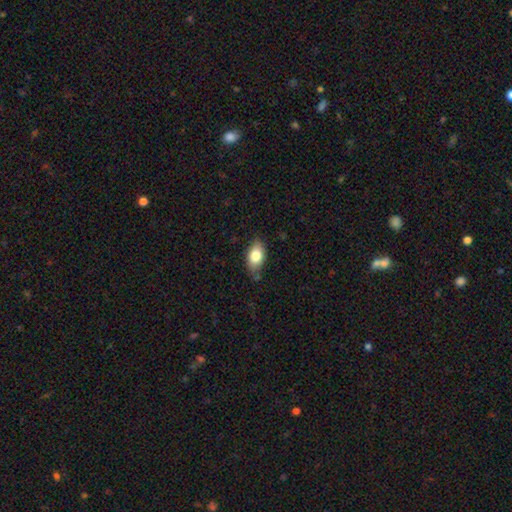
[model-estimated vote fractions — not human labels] smooth-or-featured: smooth: 79% | featured or disk: 14% | star or artifact: 7%
  how-rounded: in between: 90% | round: 7% | cigar-shaped: 3%
  merging: none: 74% | minor disturbance: 21% | major disturbance: 3% | merger: 2%